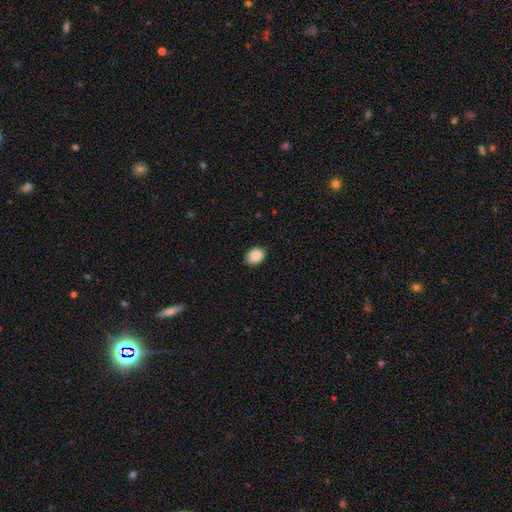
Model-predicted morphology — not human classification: smooth_or_featured: smooth (p=0.90) [alt: star or artifact p=0.08]
how_rounded: in between (p=0.67) [alt: round p=0.32]
merging: none (p=0.85) [alt: minor disturbance p=0.12]